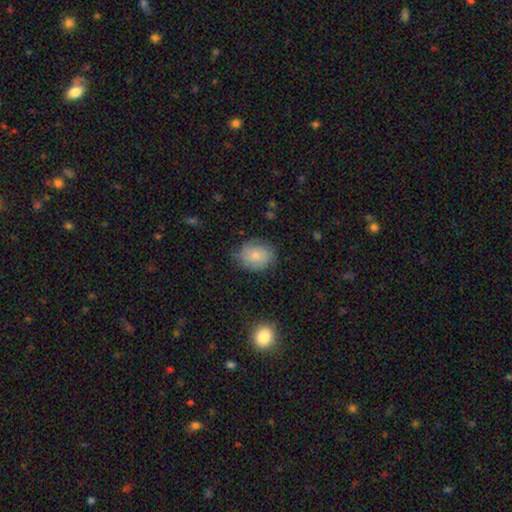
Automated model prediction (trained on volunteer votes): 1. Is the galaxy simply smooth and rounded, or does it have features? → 63% smooth, 29% featured or disk, 8% star or artifact.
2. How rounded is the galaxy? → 60% round, 39% in between, 1% cigar-shaped.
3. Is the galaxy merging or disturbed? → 73% none, 20% minor disturbance, 6% major disturbance, 1% merger.